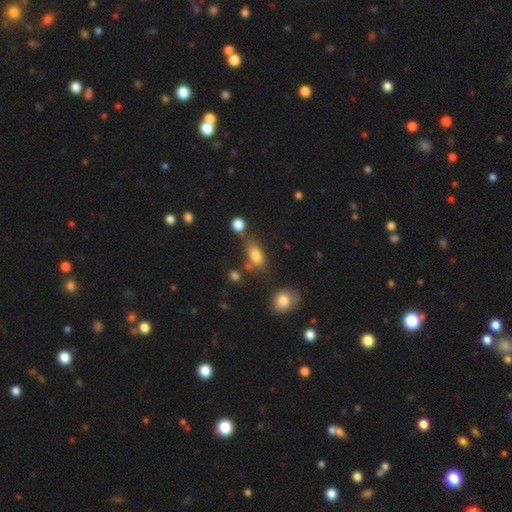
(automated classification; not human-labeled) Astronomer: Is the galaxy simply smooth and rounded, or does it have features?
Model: smooth — 79%.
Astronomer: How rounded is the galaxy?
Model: in between — 82%.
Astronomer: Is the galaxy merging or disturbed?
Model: none — 52%.